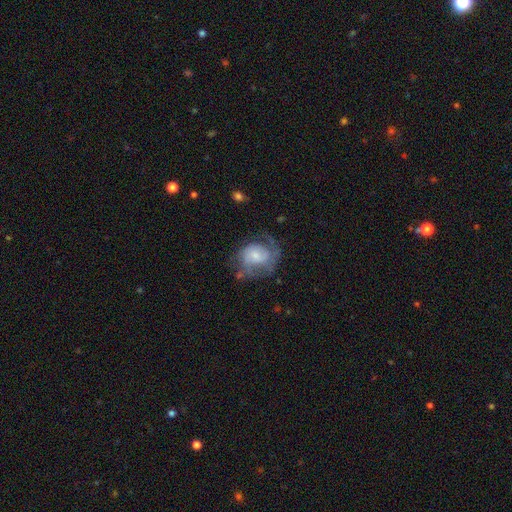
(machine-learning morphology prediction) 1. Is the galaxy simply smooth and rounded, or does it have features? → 72% featured or disk, 21% smooth, 7% star or artifact.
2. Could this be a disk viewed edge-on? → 98% no, 2% yes.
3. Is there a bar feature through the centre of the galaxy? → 53% no, 40% weak, 7% strong.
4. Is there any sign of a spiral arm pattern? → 88% yes, 12% no.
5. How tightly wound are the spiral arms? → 47% medium, 30% tight, 23% loose.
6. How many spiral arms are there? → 52% 2, 20% can't tell, 12% 1, 10% 3, 3% 4, 2% more than 4.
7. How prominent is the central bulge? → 44% small, 34% moderate, 12% none, 9% large, 2% dominant.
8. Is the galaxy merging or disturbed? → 52% none, 23% minor disturbance, 23% major disturbance, 2% merger.